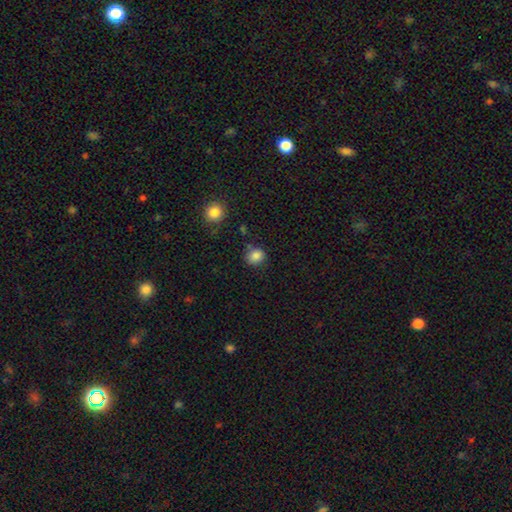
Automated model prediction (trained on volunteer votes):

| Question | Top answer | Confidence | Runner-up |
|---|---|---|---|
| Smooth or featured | smooth | 85% | star or artifact (11%) |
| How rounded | round | 79% | in between (20%) |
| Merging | none | 78% | minor disturbance (14%) |